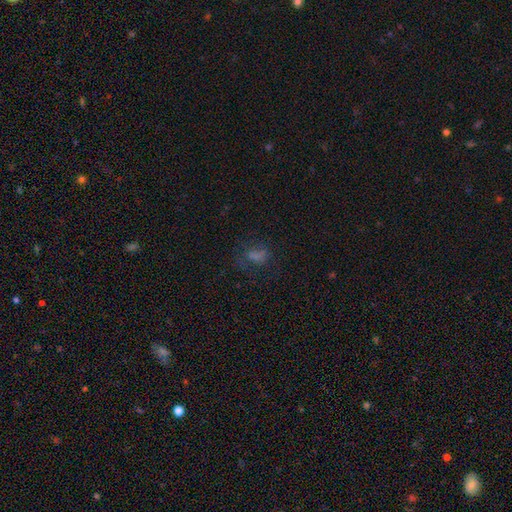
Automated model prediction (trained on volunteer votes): smooth-or-featured: smooth: 46% | star or artifact: 32% | featured or disk: 21%
  merging: none: 58% | major disturbance: 19% | minor disturbance: 19% | merger: 3%